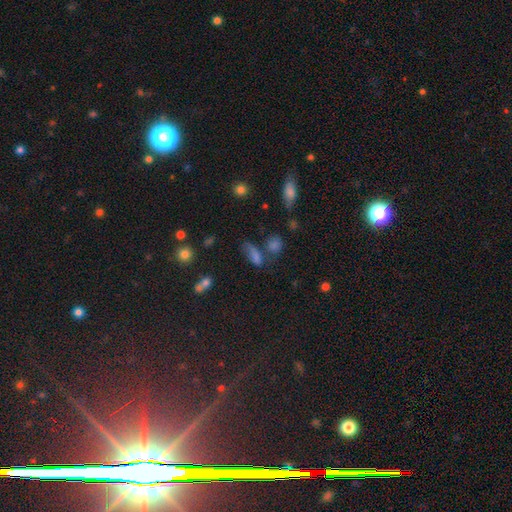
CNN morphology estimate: smooth_or_featured: smooth (p=0.66) [alt: star or artifact p=0.21]
how_rounded: in between (p=0.65) [alt: cigar-shaped p=0.23]
merging: none (p=0.42) [alt: merger p=0.22]